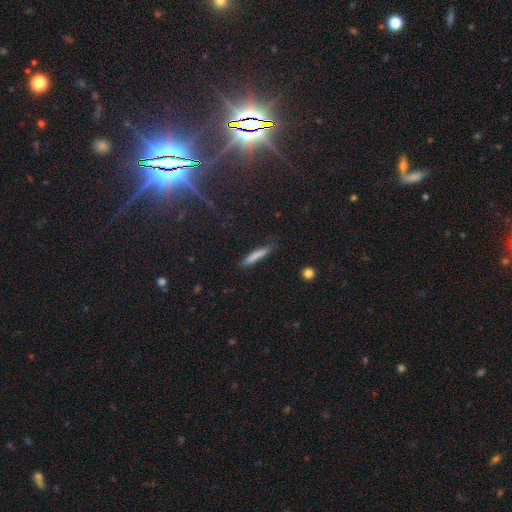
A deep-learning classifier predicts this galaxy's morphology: Smooth or featured?
  - smooth: 79% *
  - featured or disk: 14%
  - star or artifact: 7%
How rounded?
  - cigar-shaped: 91% *
  - in between: 7%
  - round: 2%
Merging?
  - none: 77% *
  - minor disturbance: 18%
  - major disturbance: 4%
  - merger: 2%